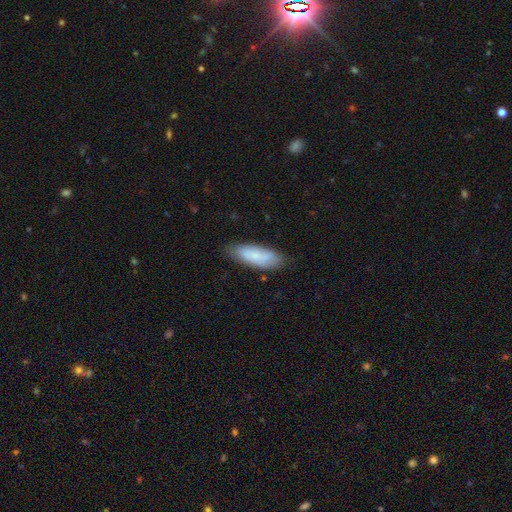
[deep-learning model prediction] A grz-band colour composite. It shows a smooth galaxy with no disk features (72%) that is in between round and cigar-shaped (64%). Merging: none (78%).